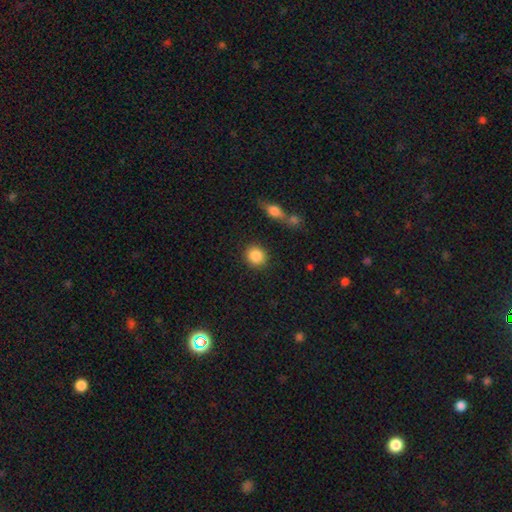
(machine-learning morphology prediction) A smooth galaxy with no disk features (87%) that is round (85%). Merging: none (87%).